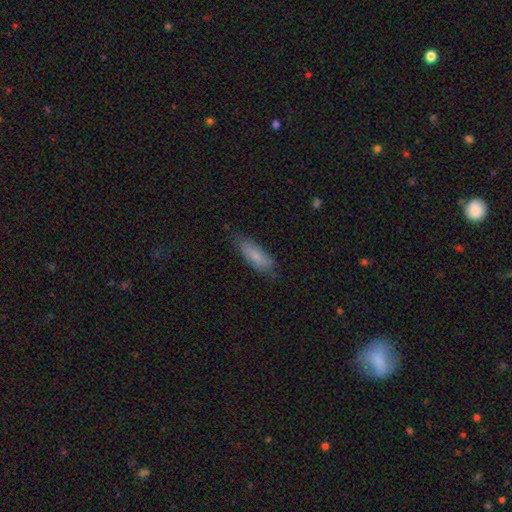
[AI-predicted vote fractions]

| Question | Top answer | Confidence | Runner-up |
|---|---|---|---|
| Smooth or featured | smooth | 76% | featured or disk (17%) |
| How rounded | in between | 60% | cigar-shaped (39%) |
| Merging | none | 74% | minor disturbance (21%) |